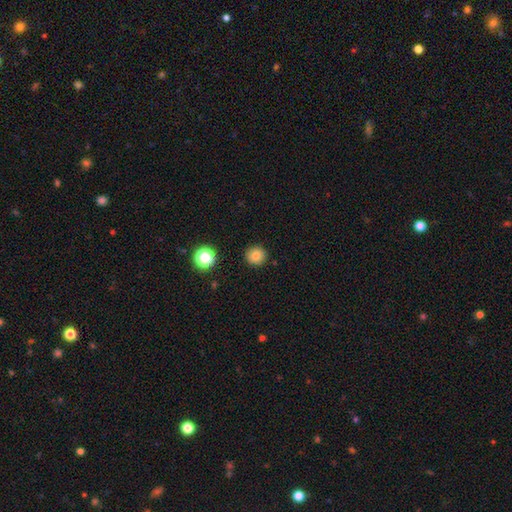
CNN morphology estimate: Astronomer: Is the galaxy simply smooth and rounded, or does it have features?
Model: smooth — 81%.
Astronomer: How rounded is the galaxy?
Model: round — 94%.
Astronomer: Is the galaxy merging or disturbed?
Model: none — 91%.